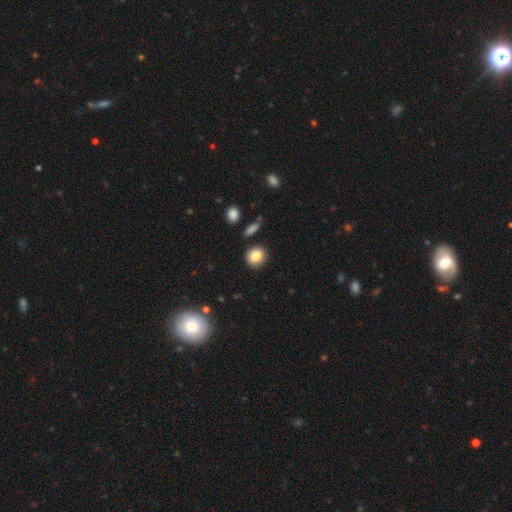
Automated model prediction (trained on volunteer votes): A smooth galaxy with no disk features (85%) that is round (81%). Merging: none (87%).